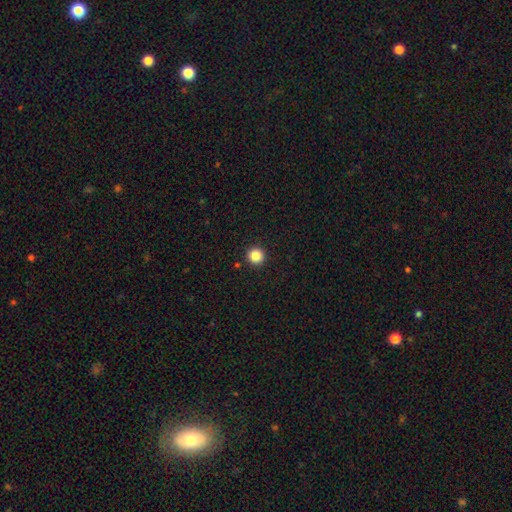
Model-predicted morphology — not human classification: smooth 86%, star or artifact 11%, featured or disk 3%. Down the decision tree: how rounded — round (95%); merging — none (92%).